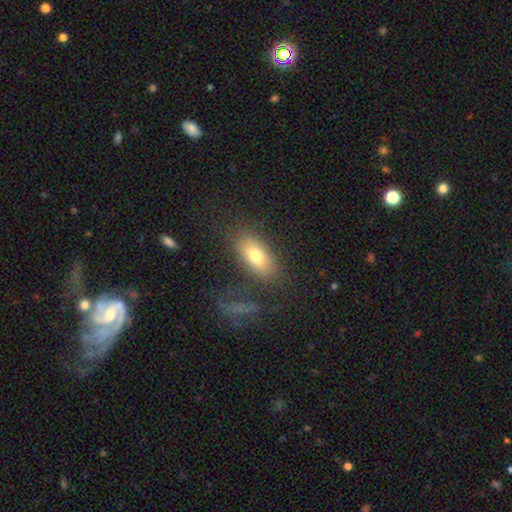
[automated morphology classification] Q: Smooth or featured?
A: smooth (73%); runner-up: featured or disk (18%)
Q: How rounded?
A: in between (86%); runner-up: cigar-shaped (7%)
Q: Merging?
A: none (75%); runner-up: minor disturbance (13%)